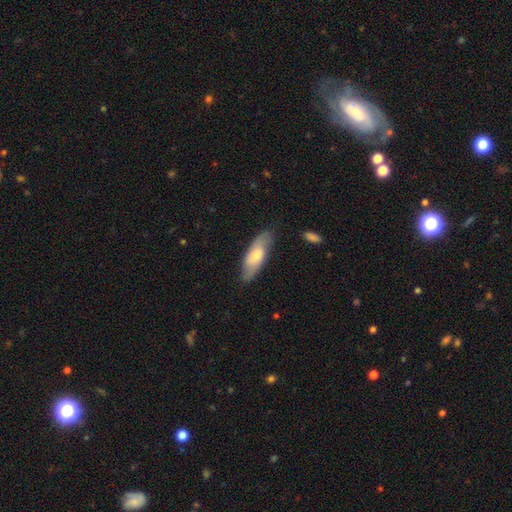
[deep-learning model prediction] A smooth galaxy with no disk features (58%) that is in between round and cigar-shaped (63%).

Vote fractions:
- Smooth or featured? smooth: 58% / featured or disk: 37% / star or artifact: 6%
- How rounded? in between: 63% / cigar-shaped: 35% / round: 2%
- Merging? none: 78% / minor disturbance: 16% / major disturbance: 4% / merger: 2%